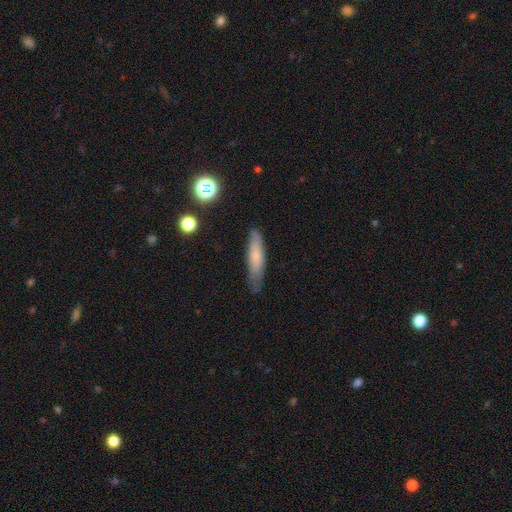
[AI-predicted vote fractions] Morphology: type=smooth (68%); roundness=cigar-shaped (77%); merging=none (75%).